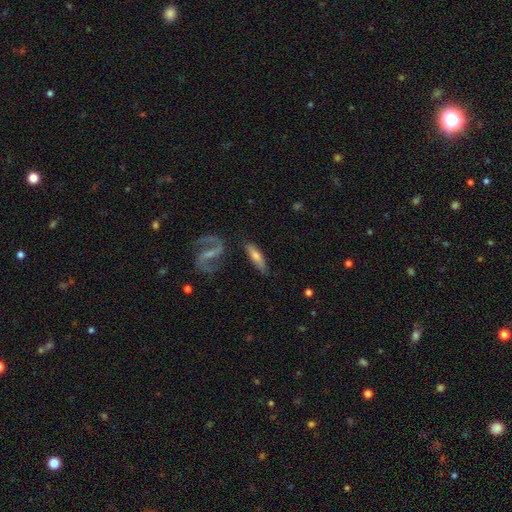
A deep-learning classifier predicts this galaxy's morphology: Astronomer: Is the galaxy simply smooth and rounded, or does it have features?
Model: smooth — 48% (runner-up: featured or disk, 46%).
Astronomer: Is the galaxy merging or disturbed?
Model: none — 75%.